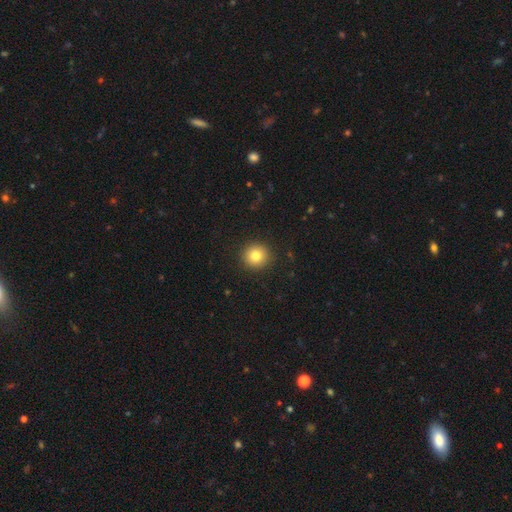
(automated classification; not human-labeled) A smooth galaxy with no disk features (82%) that is round (93%). Merging: none (92%).